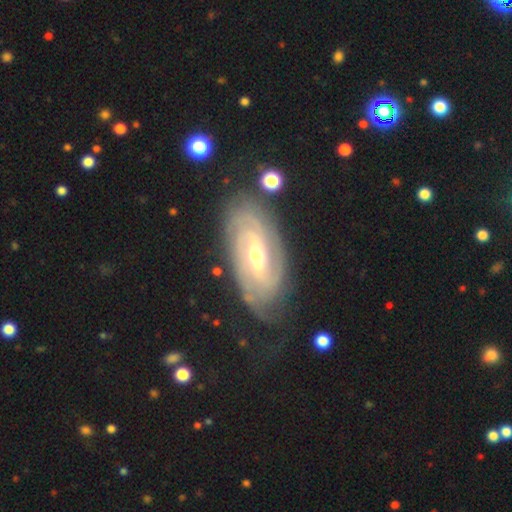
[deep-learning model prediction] The model was most divided on "bar": weak: 42%, strong: 32%, no: 26%. Remaining: spiral arms — yes (96%); edge-on disk — no (94%); smooth or featured — featured or disk (87%); merging — none (74%); spiral winding — tight (67%); bulge size — moderate (58%); spiral arm count — 2 (35%).